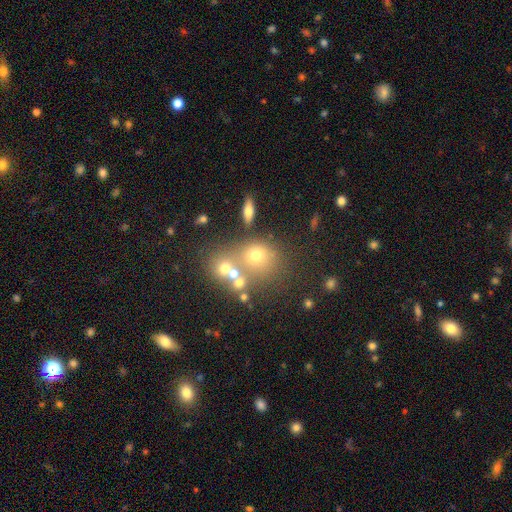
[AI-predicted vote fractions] A smooth galaxy with no disk features (58%) that is round (71%).

Vote fractions:
- Smooth or featured? smooth: 58% / star or artifact: 21% / featured or disk: 21%
- How rounded? round: 71% / in between: 27% / cigar-shaped: 2%
- Merging? none: 46% / merger: 35% / minor disturbance: 12% / major disturbance: 7%